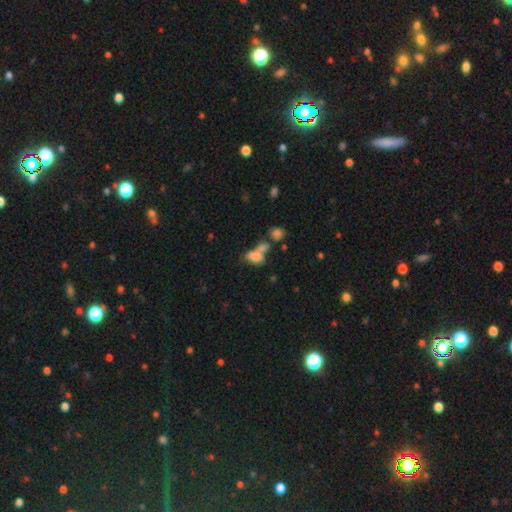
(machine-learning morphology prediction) Smooth or featured: smooth — 74% (featured or disk — 14%)
How rounded: in between — 82% (round — 13%)
Merging: merger — 44% (none — 31%)